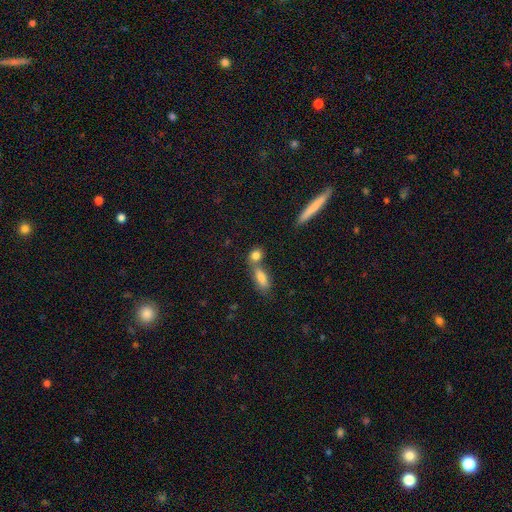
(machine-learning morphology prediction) Overall: smooth (81%). How rounded: in between (47%; round 37%). Merging: none (49%; merger 38%).